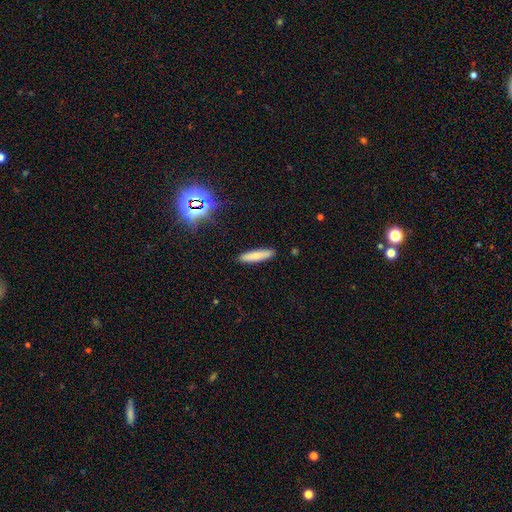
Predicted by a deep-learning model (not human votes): smooth-or-featured: smooth: 78% | featured or disk: 14% | star or artifact: 8%
  how-rounded: cigar-shaped: 82% | in between: 16% | round: 1%
  merging: none: 90% | minor disturbance: 7% | major disturbance: 2% | merger: 1%